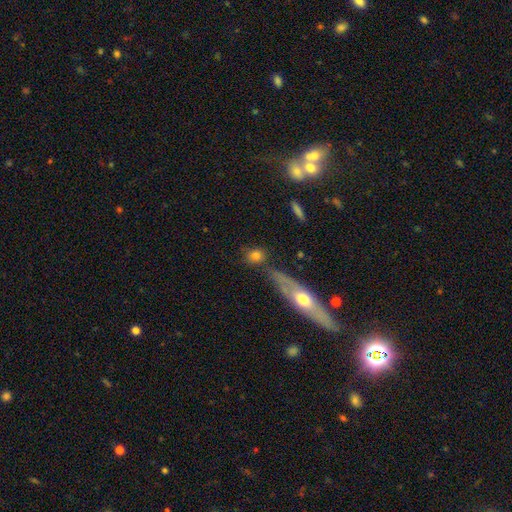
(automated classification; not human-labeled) A smooth galaxy with no disk features (76%) that is round (62%).

Vote fractions:
- Smooth or featured? smooth: 76% / featured or disk: 15% / star or artifact: 10%
- How rounded? round: 62% / in between: 30% / cigar-shaped: 8%
- Merging? none: 66% / minor disturbance: 14% / merger: 13% / major disturbance: 7%